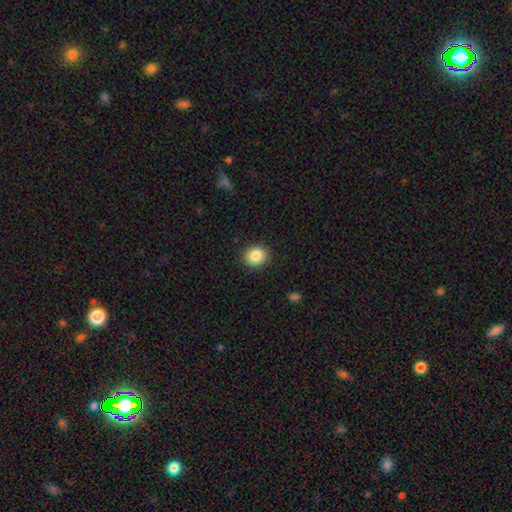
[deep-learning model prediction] A smooth galaxy with no disk features (86%) that is round (75%). Merging: none (90%).